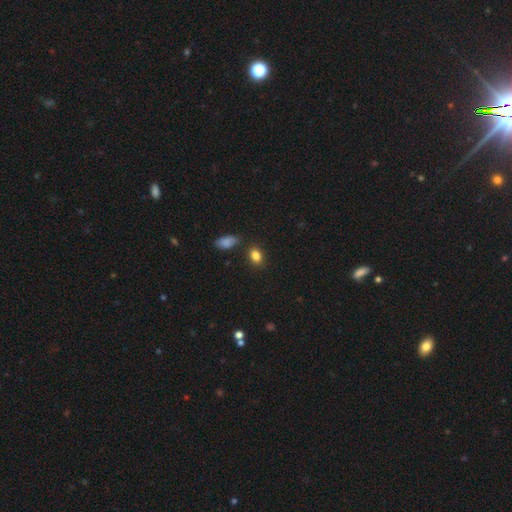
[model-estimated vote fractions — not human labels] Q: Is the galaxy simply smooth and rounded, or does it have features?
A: smooth — 84%.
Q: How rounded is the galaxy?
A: in between — 74%.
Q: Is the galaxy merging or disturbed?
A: none — 81%.